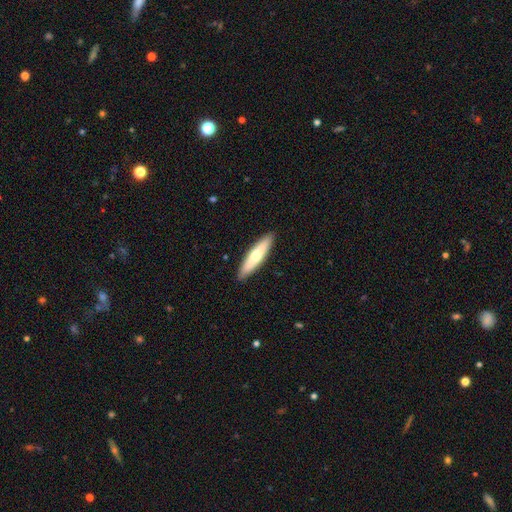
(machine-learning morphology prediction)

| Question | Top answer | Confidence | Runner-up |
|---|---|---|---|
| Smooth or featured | smooth | 62% | featured or disk (33%) |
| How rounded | cigar-shaped | 80% | in between (18%) |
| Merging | none | 91% | minor disturbance (7%) |